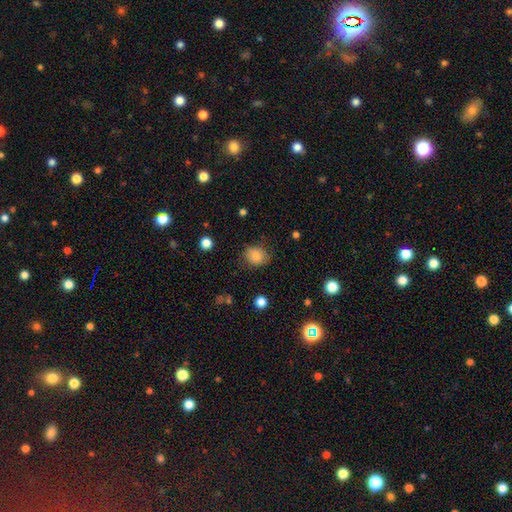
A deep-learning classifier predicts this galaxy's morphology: The model was most divided on "how rounded": round: 59%, in between: 40%, cigar-shaped: 1%. More confident: smooth or featured — smooth (83%); merging — none (76%).